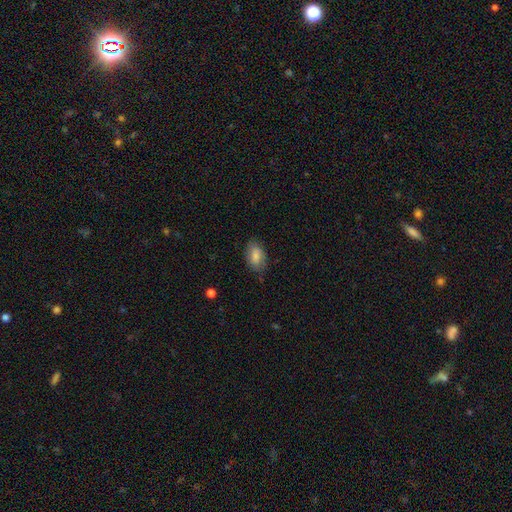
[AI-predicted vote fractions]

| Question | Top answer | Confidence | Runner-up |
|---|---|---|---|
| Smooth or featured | smooth | 81% | featured or disk (13%) |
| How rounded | in between | 92% | round (6%) |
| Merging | none | 75% | minor disturbance (20%) |